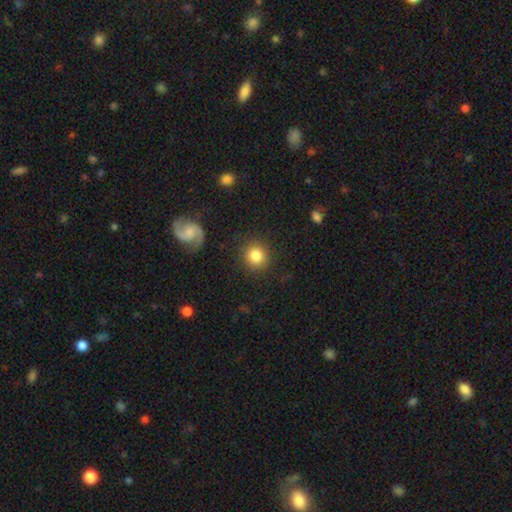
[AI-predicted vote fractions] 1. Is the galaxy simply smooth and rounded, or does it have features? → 81% smooth, 10% star or artifact, 9% featured or disk.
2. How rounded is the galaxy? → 92% round, 7% in between, 1% cigar-shaped.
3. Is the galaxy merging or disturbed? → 87% none, 8% minor disturbance, 4% major disturbance, 2% merger.